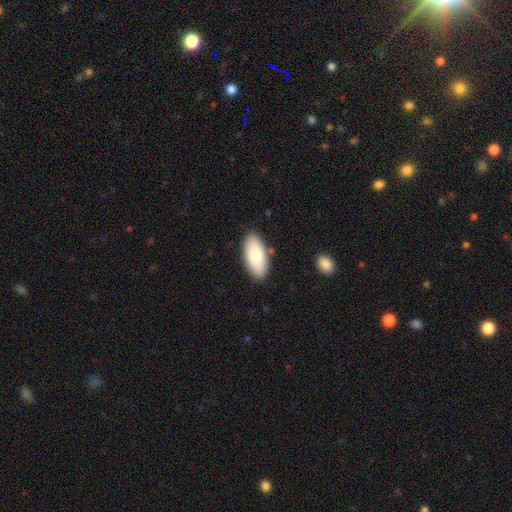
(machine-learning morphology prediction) Overall: smooth (79%). How rounded: in between (91%). Merging: none (86%).